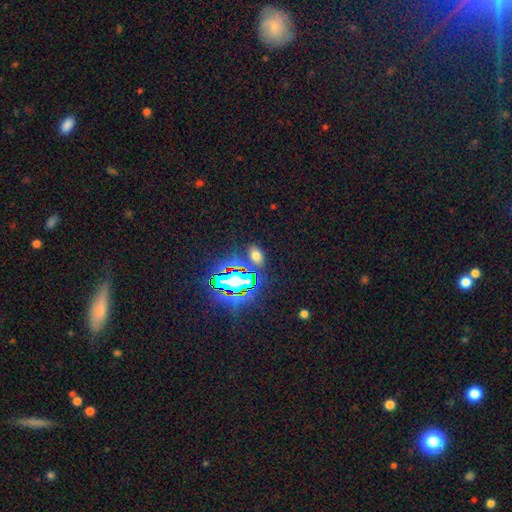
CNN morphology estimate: Overall: smooth (54%; star or artifact 37%). How rounded: in between (84%). Merging: none (79%).